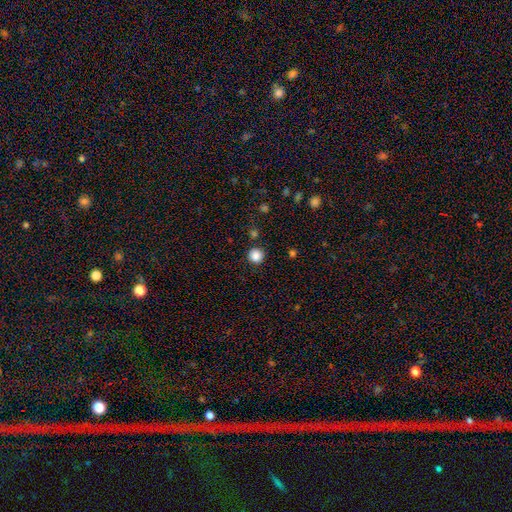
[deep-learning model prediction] Q: Smooth or featured?
A: smooth (86%); runner-up: star or artifact (11%)
Q: How rounded?
A: round (95%); runner-up: in between (4%)
Q: Merging?
A: none (90%); runner-up: minor disturbance (5%)